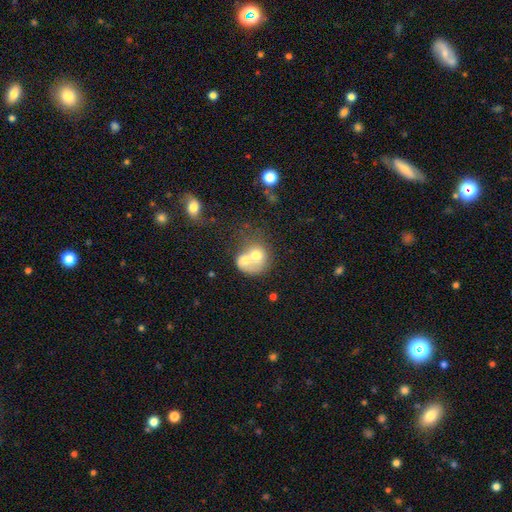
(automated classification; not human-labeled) Smooth or featured? smooth (60%)
How rounded? round (62%)
Merging? merger (74%)